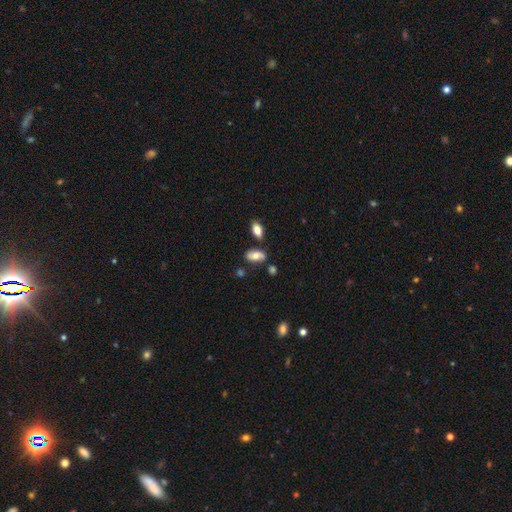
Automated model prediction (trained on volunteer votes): Smooth or featured?
  - smooth: 70% *
  - featured or disk: 22%
  - star or artifact: 8%
How rounded?
  - in between: 90% *
  - cigar-shaped: 6%
  - round: 5%
Merging?
  - none: 73% *
  - minor disturbance: 16%
  - merger: 8%
  - major disturbance: 4%